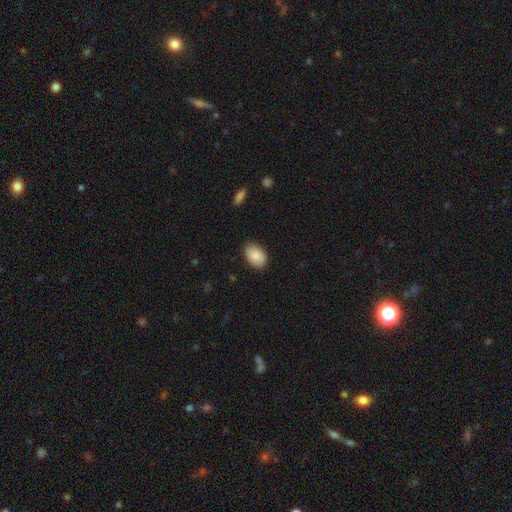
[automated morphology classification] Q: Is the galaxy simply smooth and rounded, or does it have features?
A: smooth — 88%.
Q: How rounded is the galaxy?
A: in between — 87%.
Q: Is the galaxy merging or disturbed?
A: none — 82%.